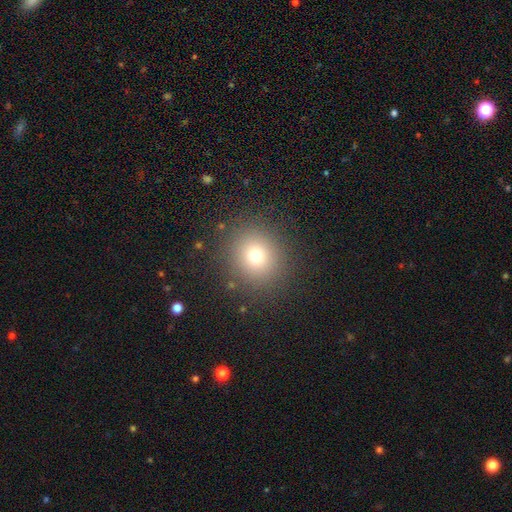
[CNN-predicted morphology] Smooth or featured? smooth (74%)
How rounded? round (87%)
Merging? none (89%)